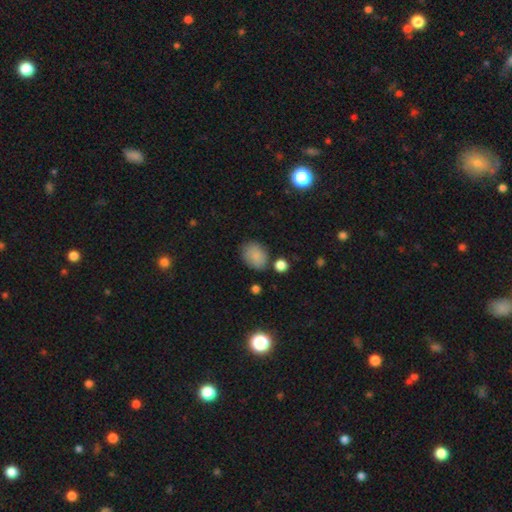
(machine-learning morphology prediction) Q: Smooth or featured?
A: smooth (82%); runner-up: star or artifact (9%)
Q: How rounded?
A: in between (59%); runner-up: round (40%)
Q: Merging?
A: none (70%); runner-up: minor disturbance (19%)